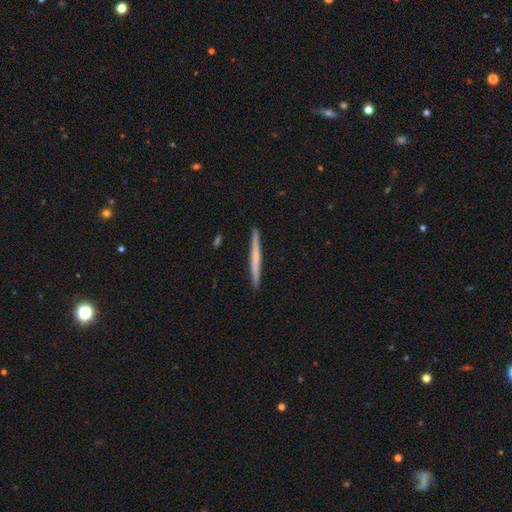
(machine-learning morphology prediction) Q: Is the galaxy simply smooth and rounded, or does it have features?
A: smooth — 50%.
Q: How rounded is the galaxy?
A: cigar-shaped — 97%.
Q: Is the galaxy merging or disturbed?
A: none — 93%.